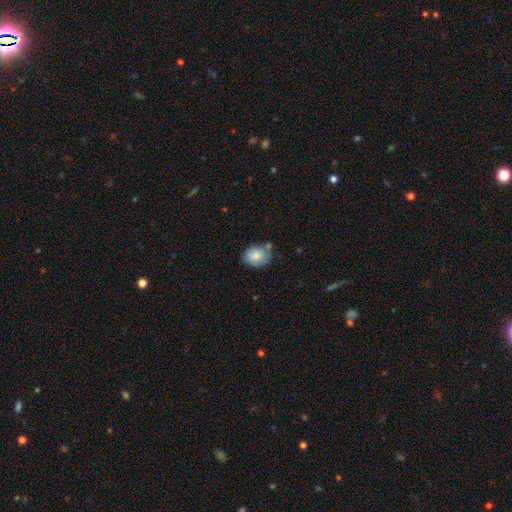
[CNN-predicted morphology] A smooth galaxy with no disk features (80%) that is in between round and cigar-shaped (52%). Merging: none (56%).